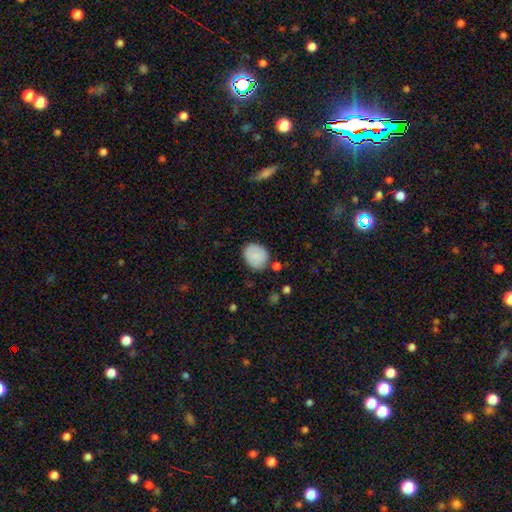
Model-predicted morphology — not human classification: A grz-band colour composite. It shows a smooth galaxy with no disk features (82%) that is round (63%). Merging: none (79%).